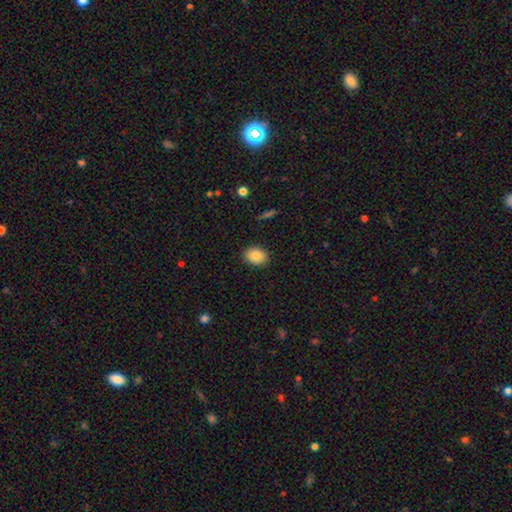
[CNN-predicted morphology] A smooth galaxy with no disk features (85%) that is in between round and cigar-shaped (65%). Merging: none (88%).